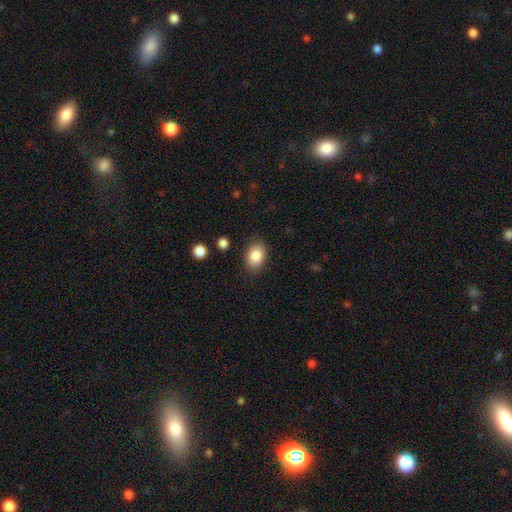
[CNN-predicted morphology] smooth 85%, star or artifact 8%, featured or disk 7%. Down the decision tree: how rounded — in between (81%); merging — none (85%).